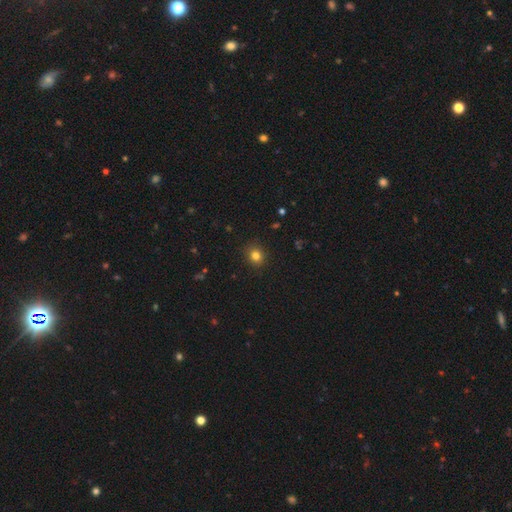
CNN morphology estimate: Overall: smooth (81%). How rounded: round (81%). Merging: none (89%).